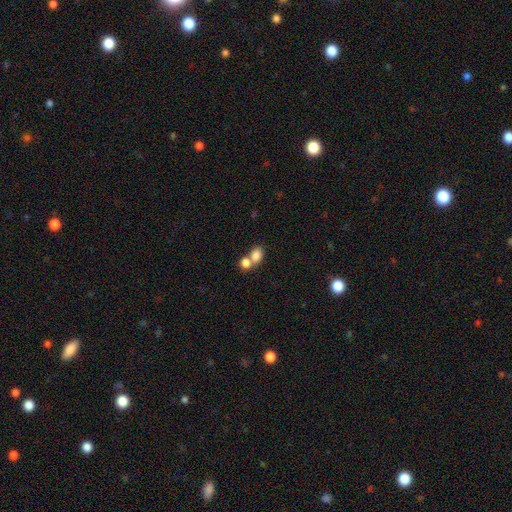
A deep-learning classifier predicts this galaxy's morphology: smooth_or_featured: smooth (p=0.80) [alt: featured or disk p=0.10]
how_rounded: in between (p=0.57) [alt: round p=0.42]
merging: merger (p=0.59) [alt: none p=0.30]